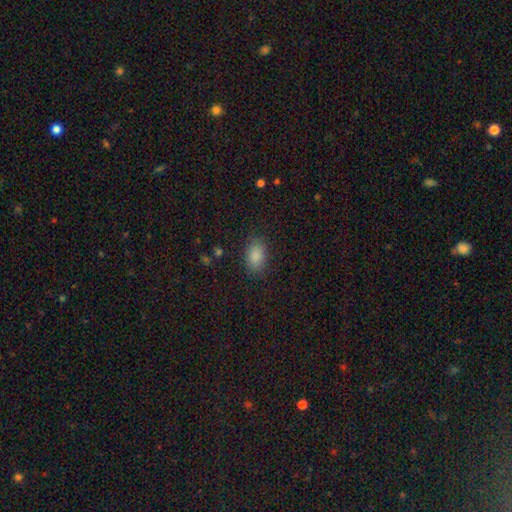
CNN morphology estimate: Overall: smooth (87%). How rounded: in between (88%). Merging: none (84%).